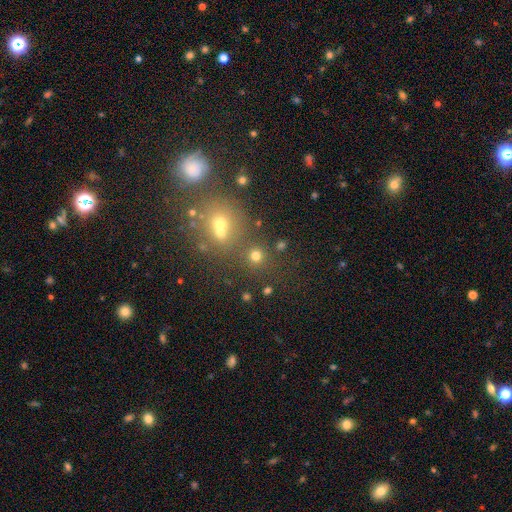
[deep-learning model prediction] Smooth or featured? smooth (72%)
How rounded? round (91%)
Merging? none (72%)